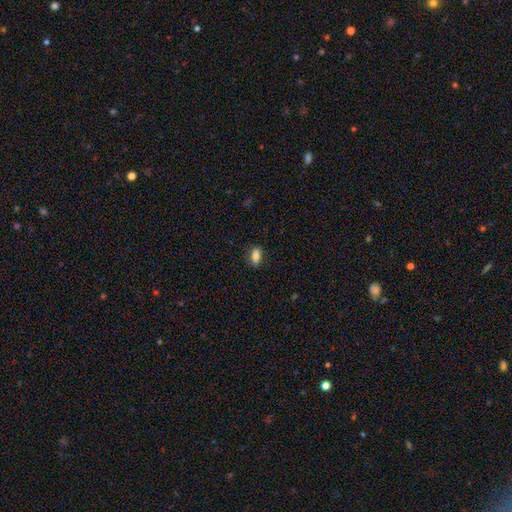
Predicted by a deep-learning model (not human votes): Smooth or featured? Predicted: smooth (p=0.80). How rounded? Predicted: in between (p=0.81). Merging? Predicted: none (p=0.82).